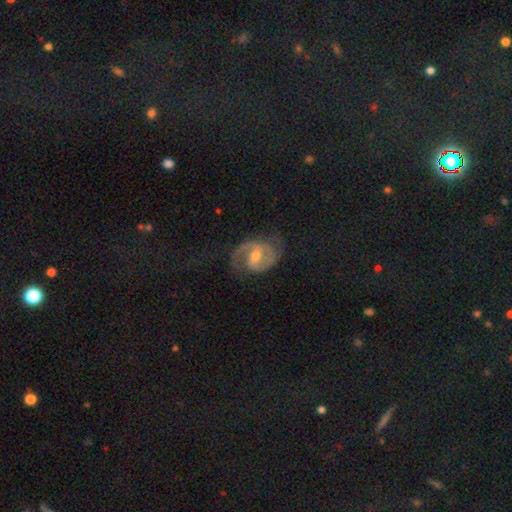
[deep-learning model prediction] This is clearly a featured or disk galaxy (86%). It is clearly not viewed edge-on (97%). Bar: possibly weak (50%). Spiral arm pattern: clearly yes (96%). Spiral arm count: clearly 2 (85%). Spiral winding: possibly medium (53%). Central bulge: possibly moderate (58%). Merging: likely none (68%).